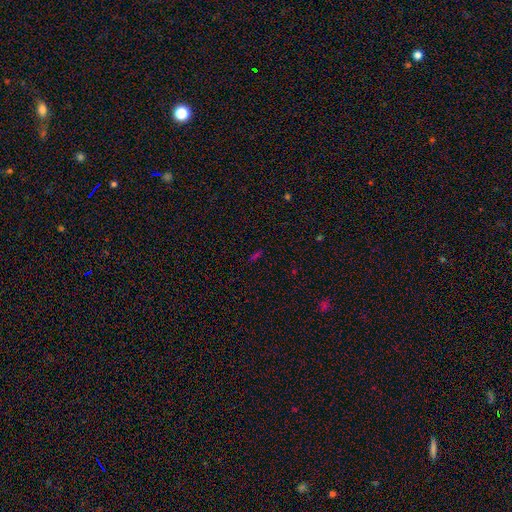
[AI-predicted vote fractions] smooth 47%, star or artifact 42%, featured or disk 11%. Down the decision tree: merging — none (85%).